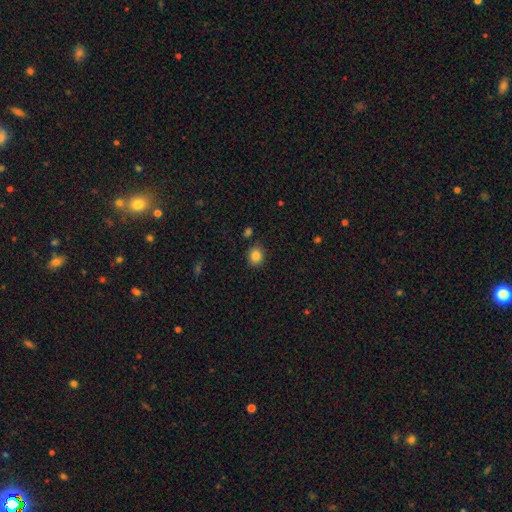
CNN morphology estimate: smooth-or-featured: smooth: 84% | star or artifact: 11% | featured or disk: 5%
  how-rounded: round: 77% | in between: 23% | cigar-shaped: 1%
  merging: none: 85% | minor disturbance: 10% | merger: 3% | major disturbance: 3%